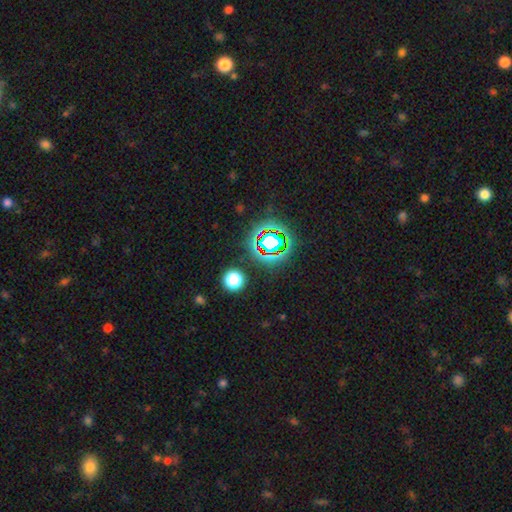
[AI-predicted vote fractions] smooth_or_featured: star or artifact (p=0.78) [alt: smooth p=0.13]